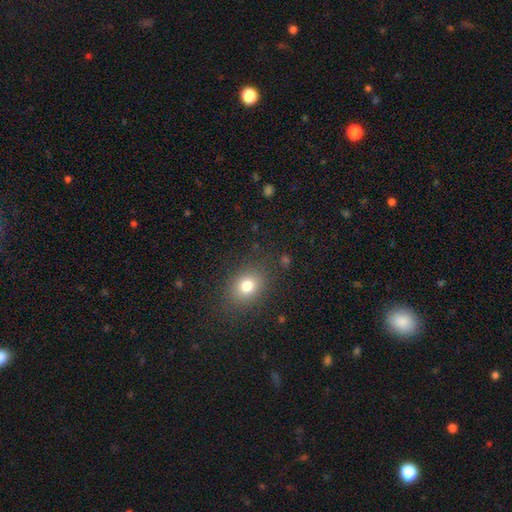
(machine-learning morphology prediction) Smooth or featured? Predicted: smooth (p=0.73). How rounded? Predicted: round (p=0.53). Merging? Predicted: none (p=0.89).